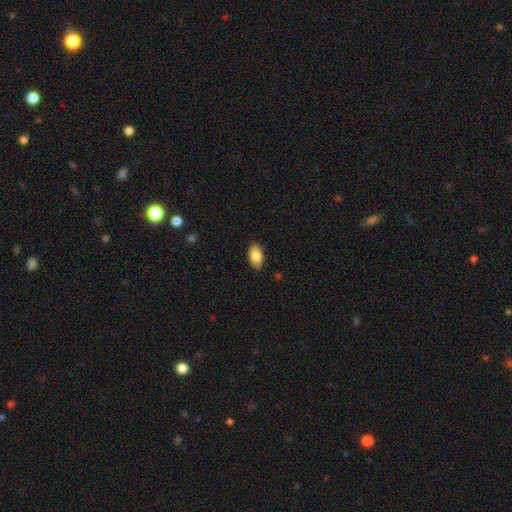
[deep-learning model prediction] A smooth galaxy with no disk features (84%) that is in between round and cigar-shaped (92%). Merging: none (87%).